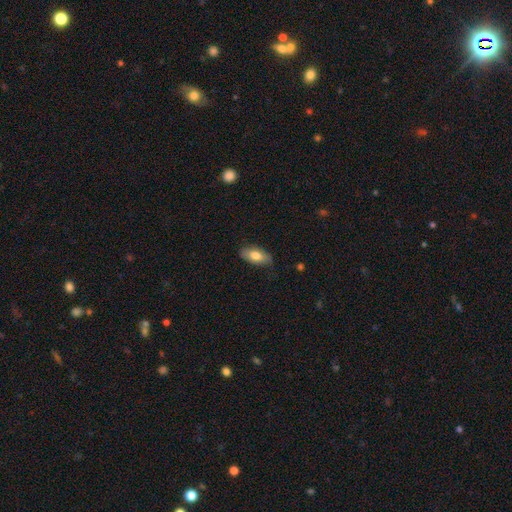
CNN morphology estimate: A smooth galaxy with no disk features (75%) that is in between round and cigar-shaped (90%).

Vote fractions:
- Smooth or featured? smooth: 75% / featured or disk: 18% / star or artifact: 6%
- How rounded? in between: 90% / cigar-shaped: 7% / round: 3%
- Merging? none: 81% / minor disturbance: 15% / major disturbance: 3% / merger: 1%